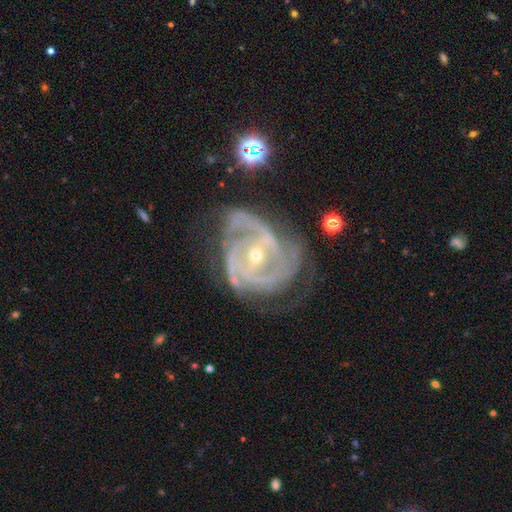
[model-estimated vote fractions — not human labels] Smooth or featured? Predicted: featured or disk (p=0.91). Edge-on disk? Predicted: no (p=0.97). Bar? Predicted: weak (p=0.39). Spiral arms? Predicted: yes (p=0.97). Spiral winding? Predicted: tight (p=0.61). Spiral arm count? Predicted: 2 (p=0.32). Bulge size? Predicted: small (p=0.63). Merging? Predicted: none (p=0.53).